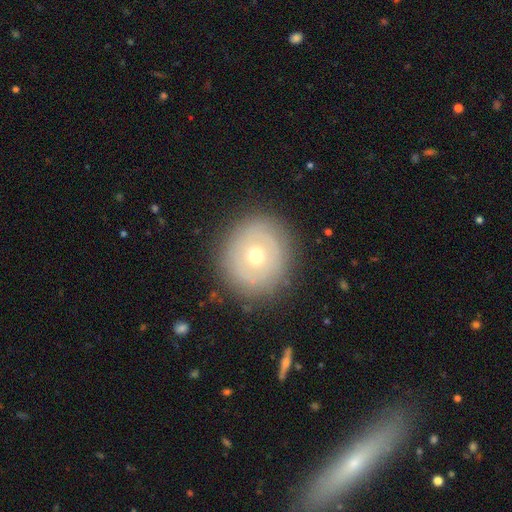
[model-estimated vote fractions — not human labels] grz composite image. It shows a featured or disk galaxy (47%). Merging: none (85%).